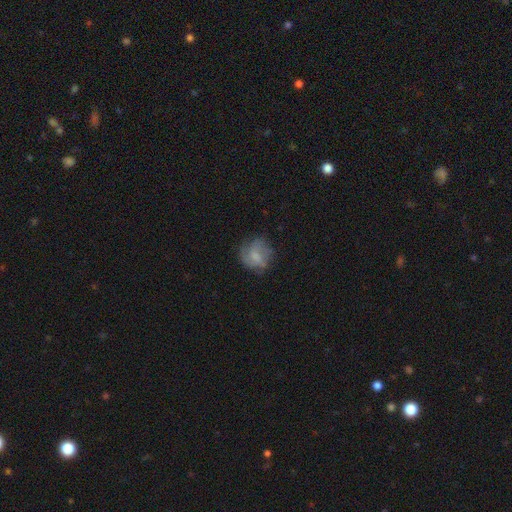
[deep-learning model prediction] The model was most divided on "smooth or featured": smooth: 55%, featured or disk: 37%, star or artifact: 9%. More confident: how rounded — round (78%); merging — none (61%).